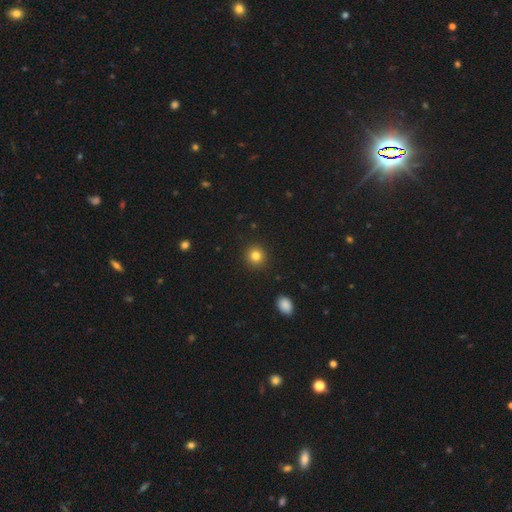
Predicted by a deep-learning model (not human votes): The model was most divided on "smooth or featured": smooth: 83%, star or artifact: 12%, featured or disk: 6%. More confident: how rounded — round (91%); merging — none (91%).